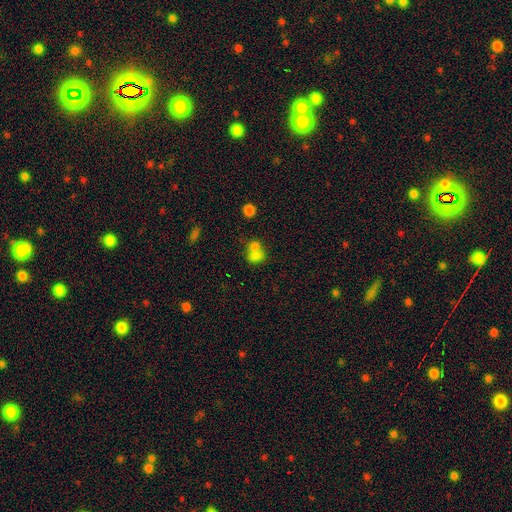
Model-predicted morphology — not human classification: Smooth or featured: smooth — 74% (featured or disk — 13%)
How rounded: round — 50% (in between — 49%)
Merging: merger — 60% (none — 27%)